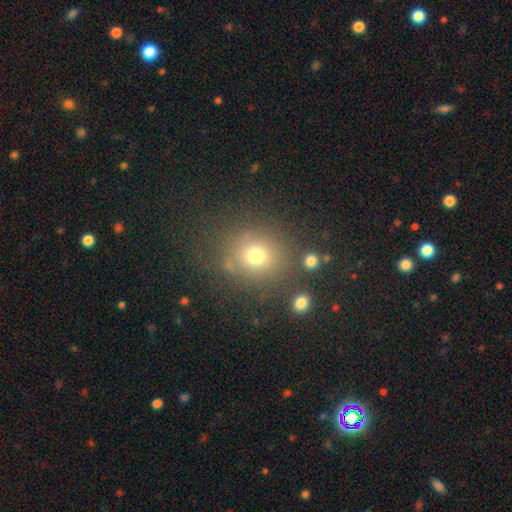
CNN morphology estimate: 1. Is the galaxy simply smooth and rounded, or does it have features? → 72% smooth, 17% star or artifact, 10% featured or disk.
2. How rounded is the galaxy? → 82% round, 17% in between, 1% cigar-shaped.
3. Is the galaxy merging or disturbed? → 78% none, 11% minor disturbance, 5% major disturbance, 5% merger.